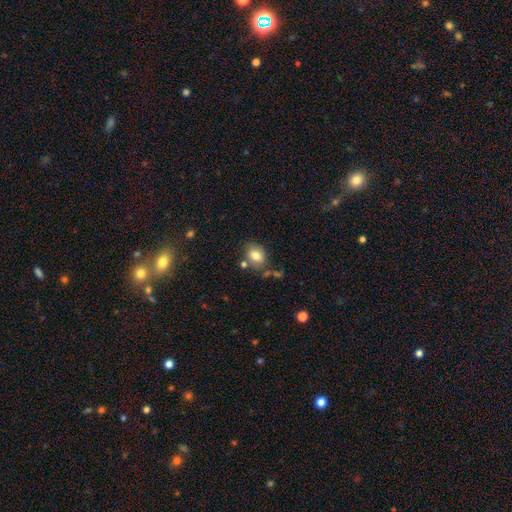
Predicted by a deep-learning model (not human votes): Smooth or featured? smooth (78%)
How rounded? in between (64%)
Merging? none (65%)